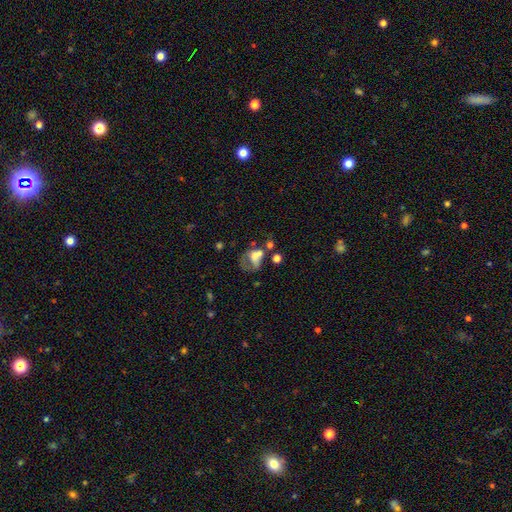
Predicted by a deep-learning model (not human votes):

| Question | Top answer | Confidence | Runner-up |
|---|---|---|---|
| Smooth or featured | smooth | 51% | featured or disk (35%) |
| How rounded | in between | 63% | round (35%) |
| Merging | major disturbance | 41% | merger (25%) |